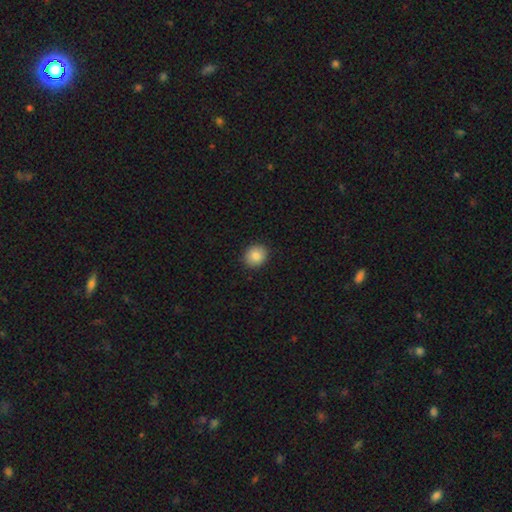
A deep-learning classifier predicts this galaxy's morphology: The model was most divided on "how rounded": round: 77%, in between: 22%, cigar-shaped: 1%. More confident: merging — none (91%); smooth or featured — smooth (86%).